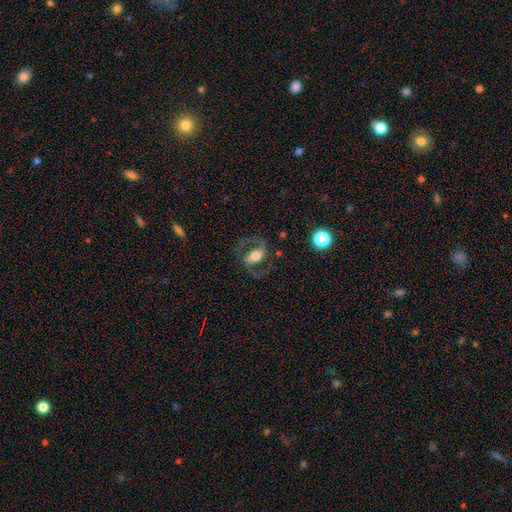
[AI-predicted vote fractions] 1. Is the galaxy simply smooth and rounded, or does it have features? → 75% featured or disk, 18% smooth, 7% star or artifact.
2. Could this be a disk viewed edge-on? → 96% no, 4% yes.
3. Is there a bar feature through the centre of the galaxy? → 37% strong, 33% weak, 30% no.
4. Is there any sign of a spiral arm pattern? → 88% yes, 12% no.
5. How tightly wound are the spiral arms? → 55% medium, 30% loose, 15% tight.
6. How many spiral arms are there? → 91% 2, 3% can't tell, 3% 1, 1% 3, 1% 4, 1% more than 4.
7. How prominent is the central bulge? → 60% moderate, 22% large, 14% small, 2% dominant, 2% none.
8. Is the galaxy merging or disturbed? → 71% none, 14% major disturbance, 13% minor disturbance, 2% merger.